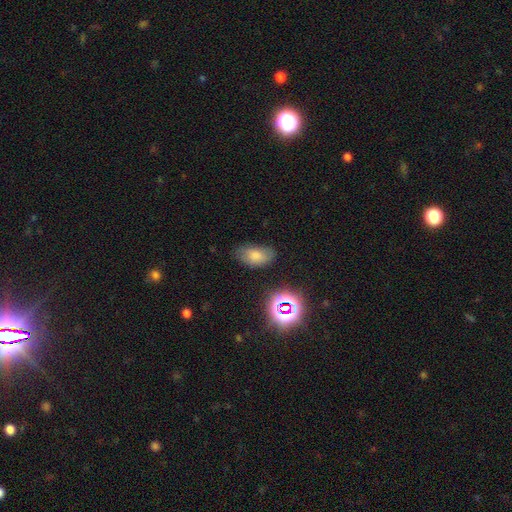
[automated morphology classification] type=smooth (63%); roundness=in between (89%); merging=none (74%).